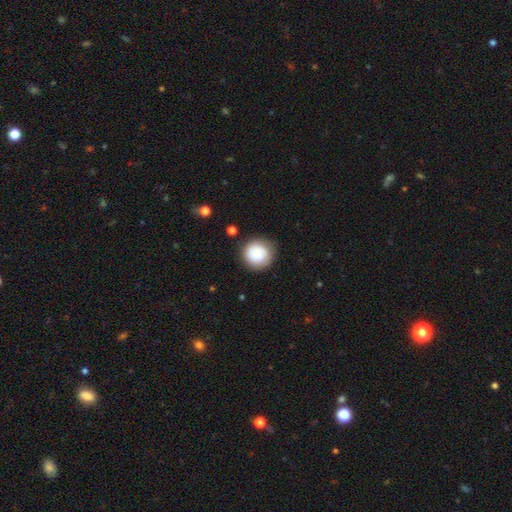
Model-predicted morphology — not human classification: Smooth or featured? Predicted: smooth (p=0.81). How rounded? Predicted: round (p=0.94). Merging? Predicted: none (p=0.83).